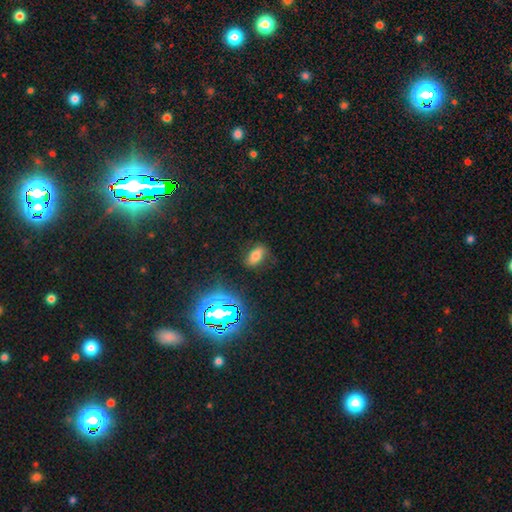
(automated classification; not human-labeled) Smooth or featured: smooth — 65% (star or artifact — 21%)
How rounded: in between — 86% (round — 8%)
Merging: none — 78% (minor disturbance — 15%)